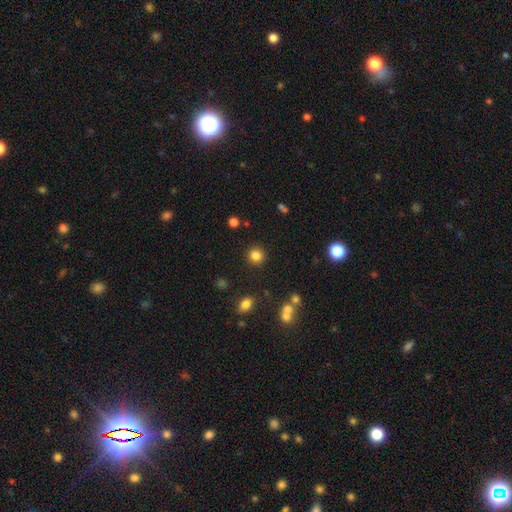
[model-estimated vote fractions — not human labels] This appears to be a smooth galaxy with no disk features (83%) that is round (92%). Merging: none (90%).